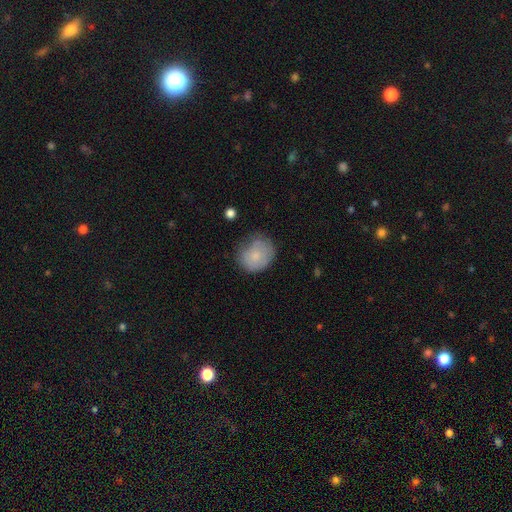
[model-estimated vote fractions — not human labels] smooth-or-featured: smooth: 75% | featured or disk: 18% | star or artifact: 7%
  how-rounded: round: 74% | in between: 25% | cigar-shaped: 1%
  merging: none: 57% | minor disturbance: 30% | major disturbance: 10% | merger: 2%